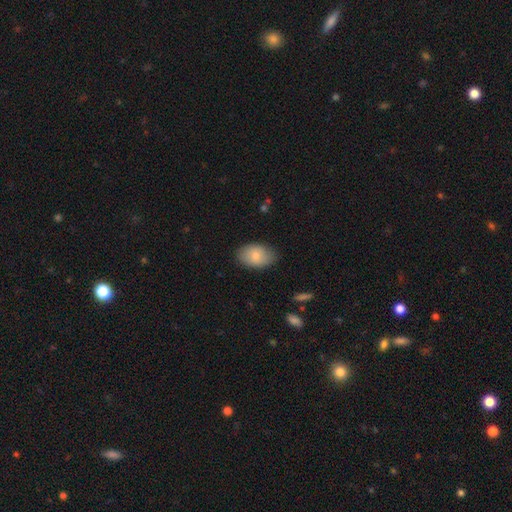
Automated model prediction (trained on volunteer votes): Morphology: type=smooth (80%); roundness=in between (88%); merging=none (81%).